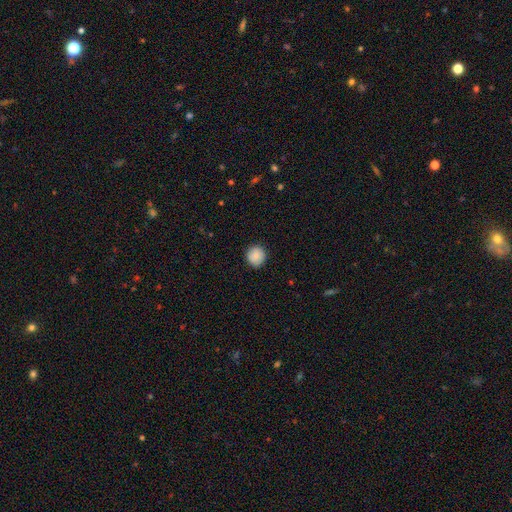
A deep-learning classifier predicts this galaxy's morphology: smooth-or-featured: smooth: 86% | star or artifact: 8% | featured or disk: 6%
  how-rounded: round: 92% | in between: 7% | cigar-shaped: 1%
  merging: none: 88% | minor disturbance: 9% | major disturbance: 2% | merger: 1%